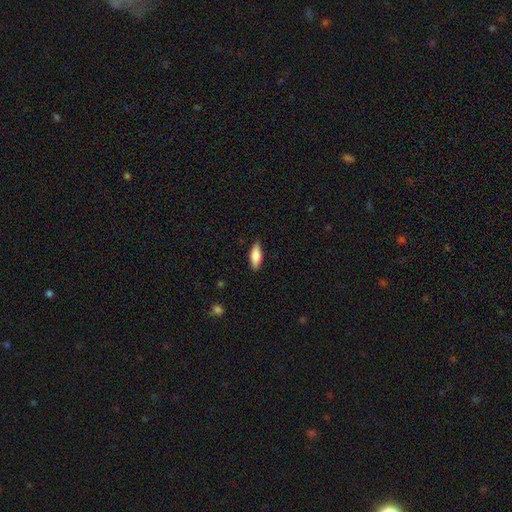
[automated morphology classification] Q: Smooth or featured?
A: smooth (82%); runner-up: featured or disk (12%)
Q: How rounded?
A: in between (71%); runner-up: cigar-shaped (27%)
Q: Merging?
A: none (86%); runner-up: minor disturbance (11%)